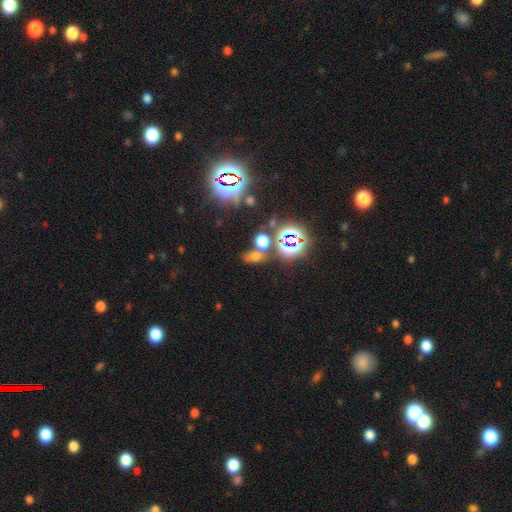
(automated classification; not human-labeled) Q: Smooth or featured?
A: smooth (48%); runner-up: star or artifact (42%)
Q: Merging?
A: none (55%); runner-up: merger (26%)